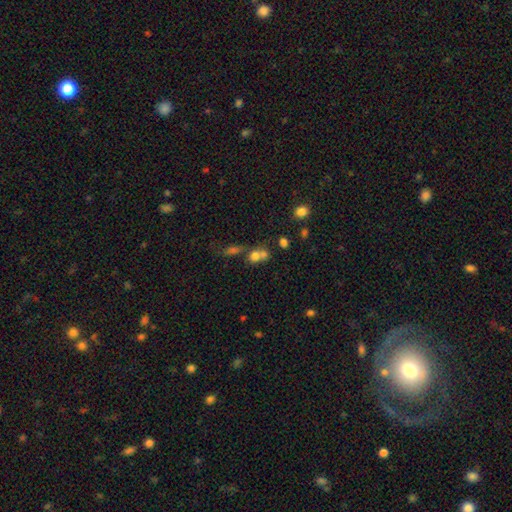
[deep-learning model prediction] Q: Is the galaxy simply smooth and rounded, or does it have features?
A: smooth — 69%.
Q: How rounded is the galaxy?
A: round — 65%.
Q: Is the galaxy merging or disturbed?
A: merger — 56%.